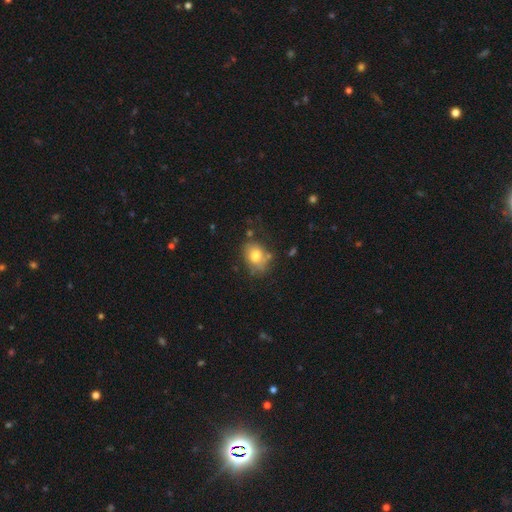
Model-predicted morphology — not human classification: smooth 73%, featured or disk 17%, star or artifact 9%. Down the decision tree: how rounded — in between (60%); merging — none (58%).